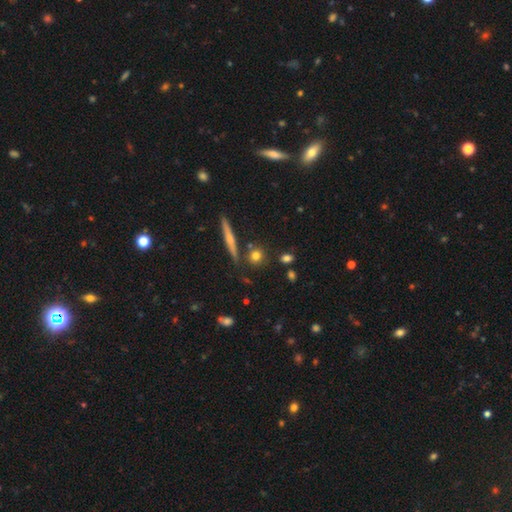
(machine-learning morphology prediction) Smooth or featured? Predicted: smooth (p=0.75). How rounded? Predicted: round (p=0.76). Merging? Predicted: none (p=0.78).